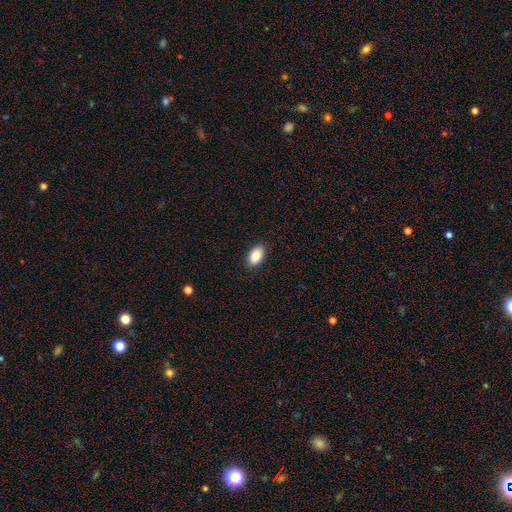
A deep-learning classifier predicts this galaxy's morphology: Smooth or featured: smooth — 88% (star or artifact — 7%)
How rounded: in between — 93% (round — 6%)
Merging: none — 89% (minor disturbance — 9%)